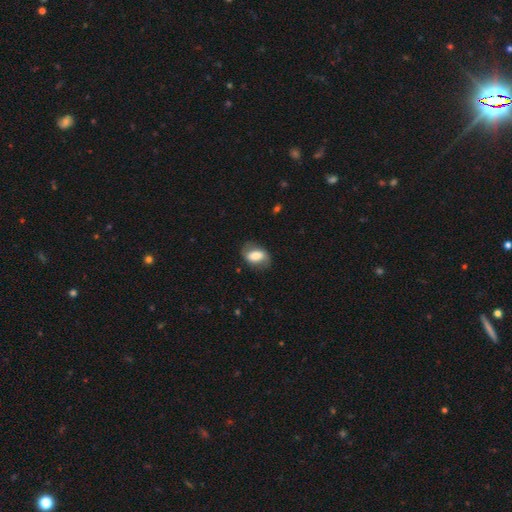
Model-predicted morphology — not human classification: Q: Smooth or featured?
A: smooth (53%); runner-up: featured or disk (39%)
Q: How rounded?
A: in between (83%); runner-up: round (15%)
Q: Merging?
A: none (71%); runner-up: minor disturbance (19%)